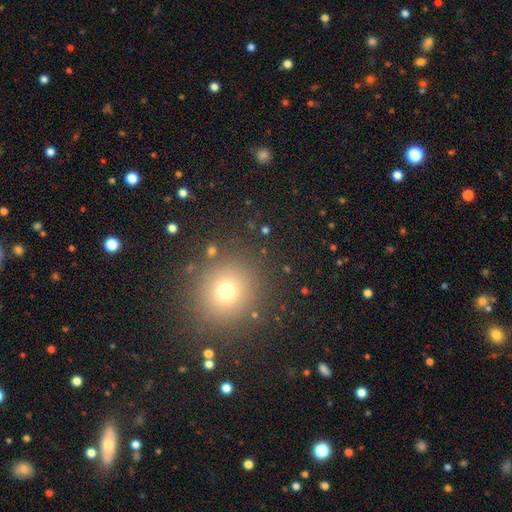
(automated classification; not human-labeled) smooth_or_featured: smooth (p=0.59) [alt: star or artifact p=0.33]
how_rounded: round (p=0.91) [alt: in between p=0.07]
merging: none (p=0.89) [alt: minor disturbance p=0.06]